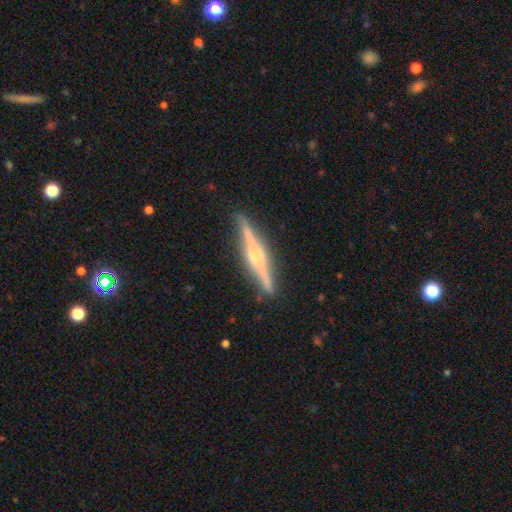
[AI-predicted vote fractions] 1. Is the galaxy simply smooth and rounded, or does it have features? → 81% featured or disk, 14% smooth, 5% star or artifact.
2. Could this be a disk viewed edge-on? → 98% yes, 2% no.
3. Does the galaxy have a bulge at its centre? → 87% rounded, 8% boxy, 5% none.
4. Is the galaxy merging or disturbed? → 89% none, 8% minor disturbance, 2% major disturbance, 1% merger.